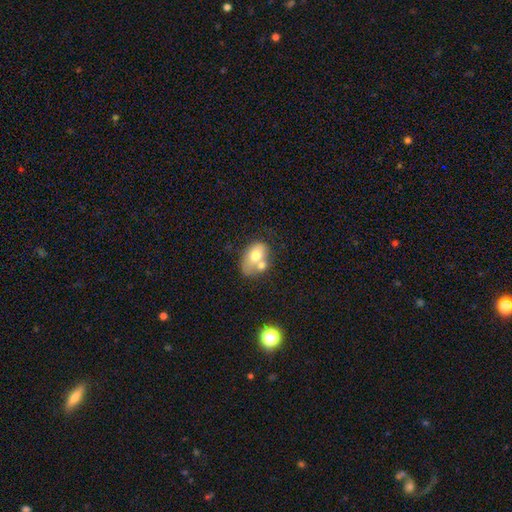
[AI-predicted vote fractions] Q: Smooth or featured?
A: smooth (65%); runner-up: featured or disk (27%)
Q: How rounded?
A: in between (81%); runner-up: round (17%)
Q: Merging?
A: merger (47%); runner-up: none (27%)